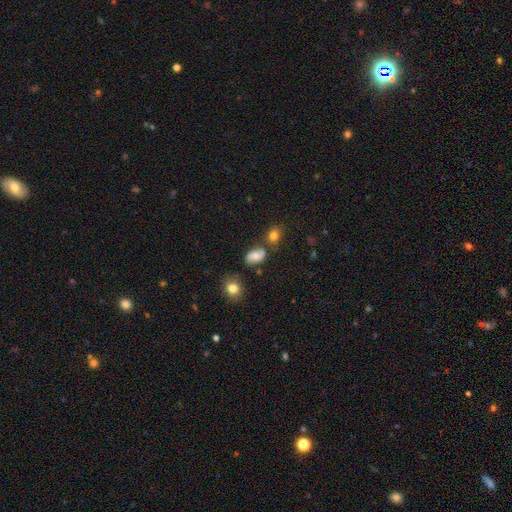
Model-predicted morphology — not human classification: Overall: smooth (65%). How rounded: in between (86%). Merging: none (57%; minor disturbance 21%).